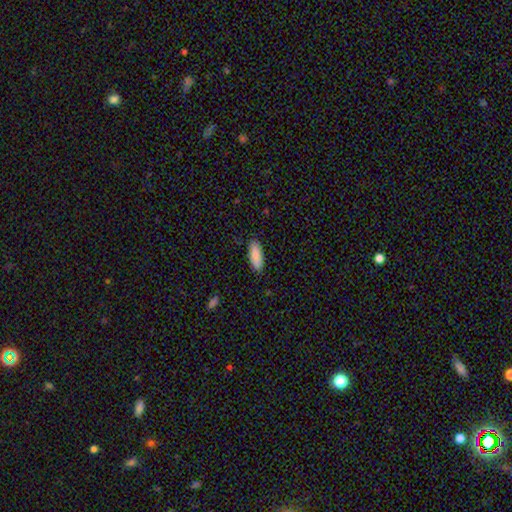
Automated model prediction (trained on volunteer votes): Morphology: type=smooth (89%); roundness=in between (74%); merging=none (88%).